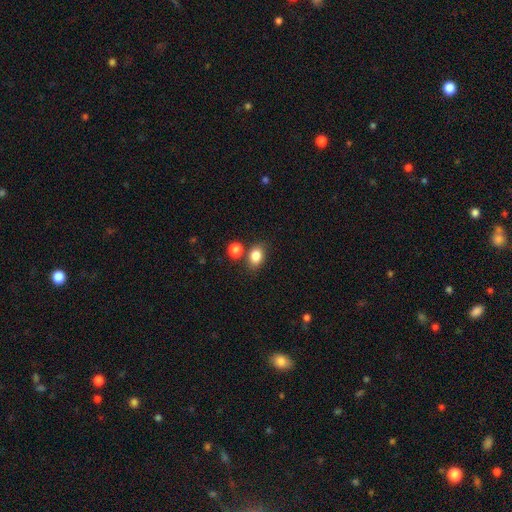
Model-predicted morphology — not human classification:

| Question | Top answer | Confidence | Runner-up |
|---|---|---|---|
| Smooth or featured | smooth | 83% | star or artifact (11%) |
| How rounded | in between | 63% | round (36%) |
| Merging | none | 71% | merger (13%) |